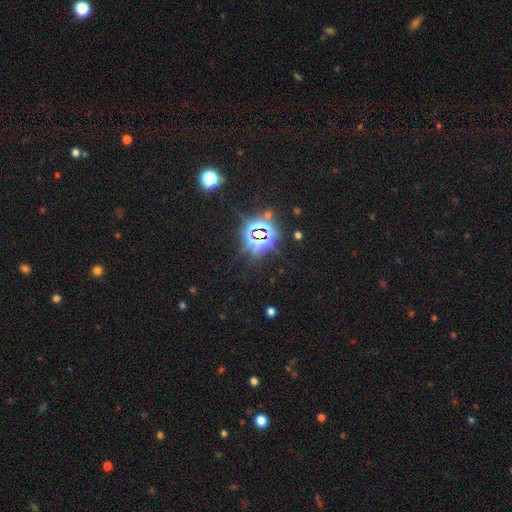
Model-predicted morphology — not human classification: Q: Smooth or featured?
A: star or artifact (83%); runner-up: smooth (10%)